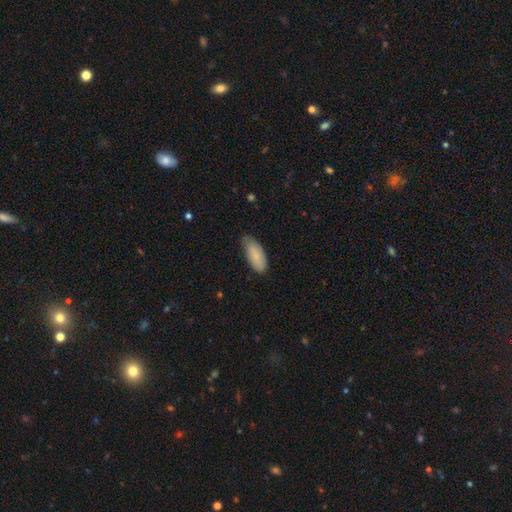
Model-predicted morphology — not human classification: Smooth or featured? Predicted: smooth (p=0.85). How rounded? Predicted: in between (p=0.85). Merging? Predicted: none (p=0.69).